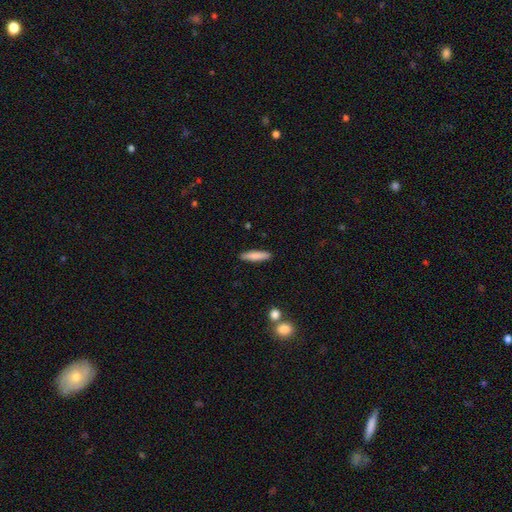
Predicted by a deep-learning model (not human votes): Smooth or featured? Predicted: smooth (p=0.83). How rounded? Predicted: cigar-shaped (p=0.82). Merging? Predicted: none (p=0.90).